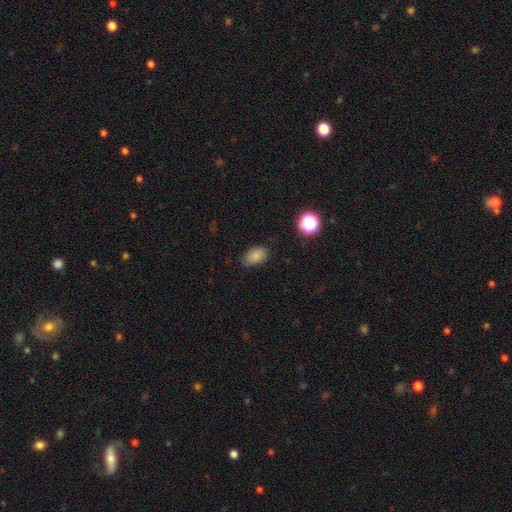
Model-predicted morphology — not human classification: type=smooth (82%); roundness=in between (87%); merging=none (78%).